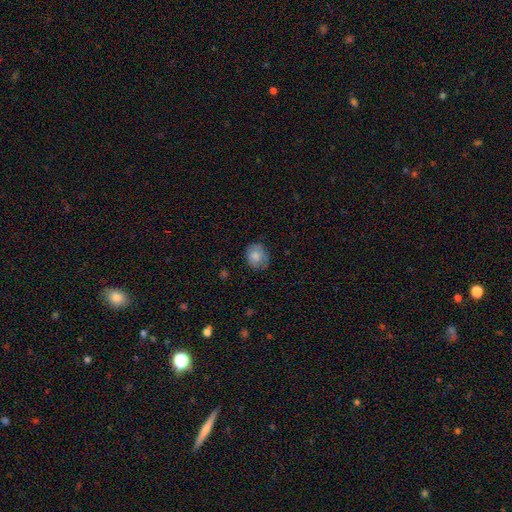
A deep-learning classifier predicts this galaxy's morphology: type=smooth (81%); roundness=round (65%); merging=none (73%).